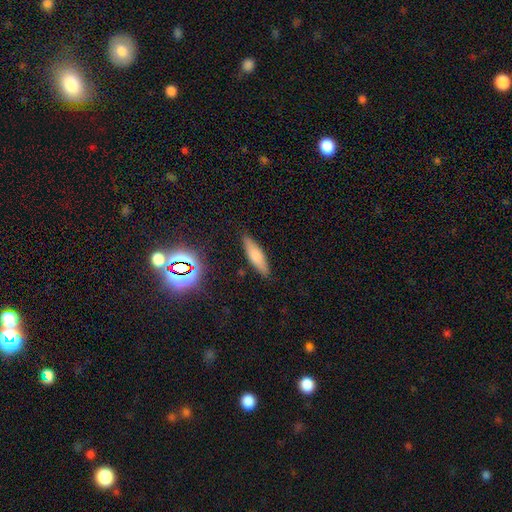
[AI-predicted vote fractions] The model was most divided on "how rounded": cigar-shaped: 60%, in between: 38%, round: 2%. More confident: merging — none (86%); smooth or featured — smooth (70%).